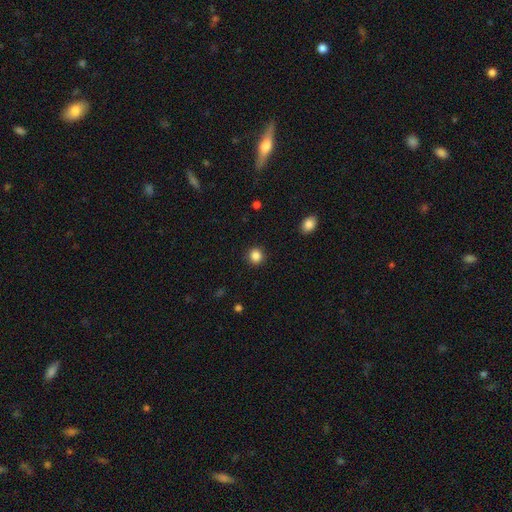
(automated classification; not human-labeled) smooth 86%, star or artifact 10%, featured or disk 3%. Down the decision tree: how rounded — round (91%); merging — none (92%).